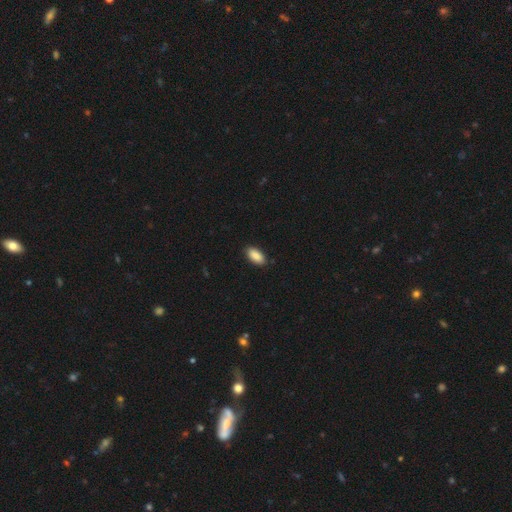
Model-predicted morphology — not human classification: This is clearly a smooth galaxy (90%). How rounded: clearly in between (93%). Merging: clearly none (88%).